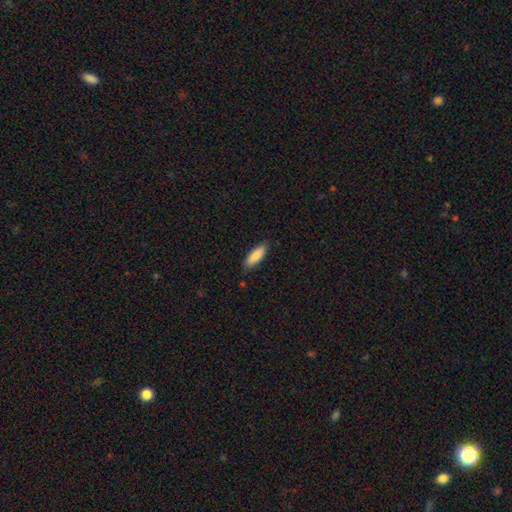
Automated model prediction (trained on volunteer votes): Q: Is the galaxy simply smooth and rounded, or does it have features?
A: smooth — 88%.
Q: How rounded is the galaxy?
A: in between — 60%.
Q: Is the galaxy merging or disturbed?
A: none — 85%.